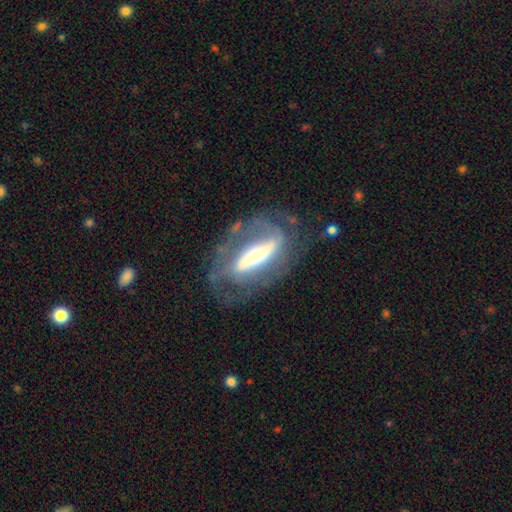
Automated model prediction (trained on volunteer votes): Smooth or featured: featured or disk — 79% (smooth — 15%)
Edge-on disk: no — 76% (yes — 24%)
Bar: strong — 75% (weak — 14%)
Spiral arms: yes — 74% (no — 26%)
Bulge size: moderate — 39% (small — 37%)
Merging: none — 56% (major disturbance — 22%)